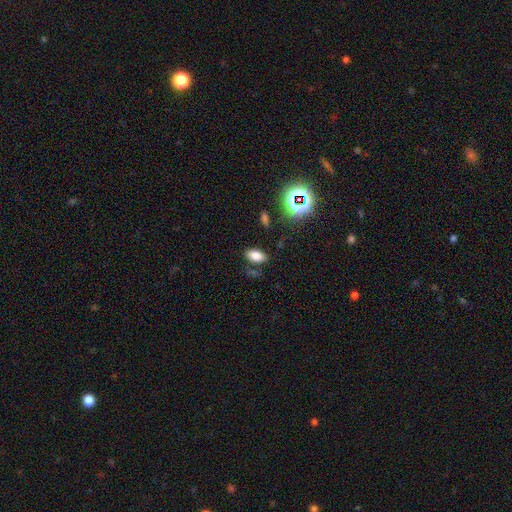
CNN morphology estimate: Overall: smooth (78%). How rounded: in between (91%). Merging: none (81%).